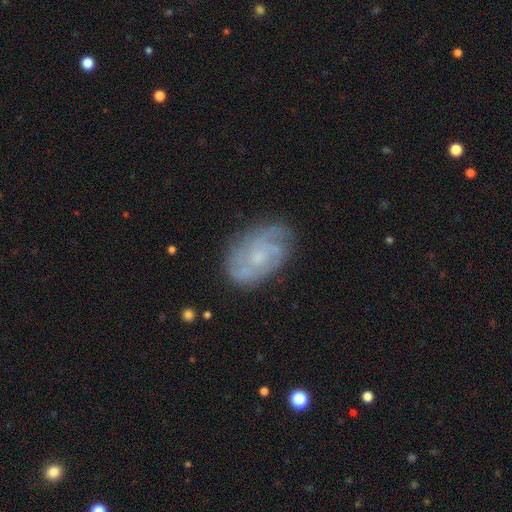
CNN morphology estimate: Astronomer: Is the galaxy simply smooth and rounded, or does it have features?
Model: featured or disk — 72%.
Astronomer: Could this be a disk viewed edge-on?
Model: no — 96%.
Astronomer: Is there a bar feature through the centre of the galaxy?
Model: no — 70%.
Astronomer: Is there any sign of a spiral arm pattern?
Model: yes — 90%.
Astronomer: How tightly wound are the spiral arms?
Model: tight — 46% (runner-up: medium, 39%).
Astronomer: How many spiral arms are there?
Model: can't tell — 36% (runner-up: 2, 23%).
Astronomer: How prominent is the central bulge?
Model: small — 64%.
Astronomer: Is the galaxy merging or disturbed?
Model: none — 75%.